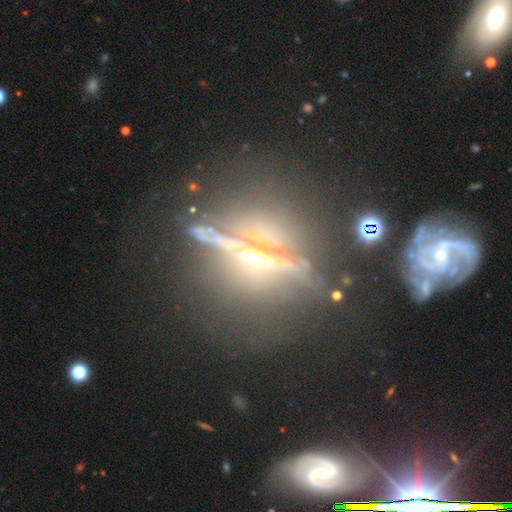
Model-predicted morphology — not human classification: Smooth or featured? featured or disk (60%)
Edge-on disk? yes (81%)
Merging? none (75%)